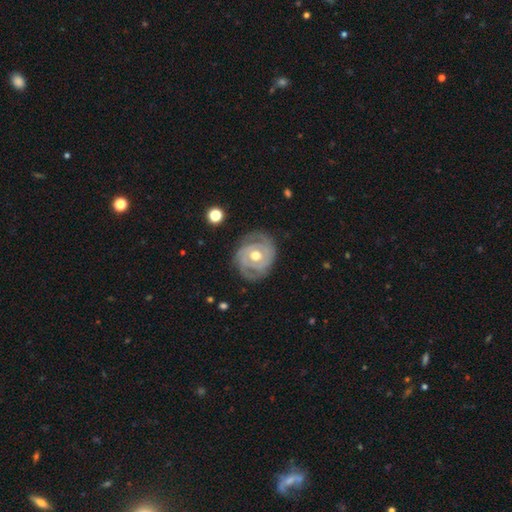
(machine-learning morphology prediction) This appears to be a featured or disk galaxy (87%) with no bar (69%), 2 (60%) tight (74%) spiral arms (93%) and a moderate central bulge (81%). Merging: none (78%).